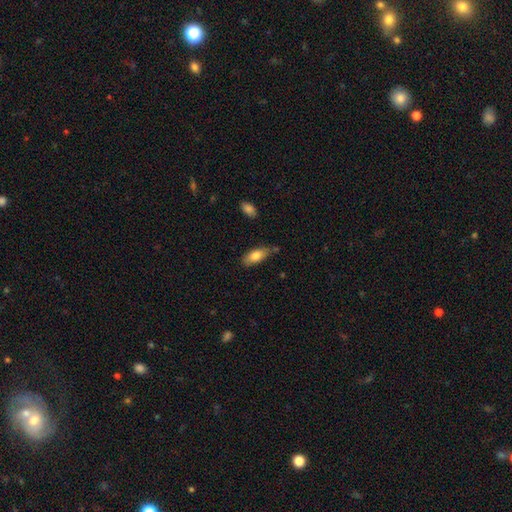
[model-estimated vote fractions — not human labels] Smooth or featured? Predicted: smooth (p=0.79). How rounded? Predicted: in between (p=0.84). Merging? Predicted: none (p=0.69).